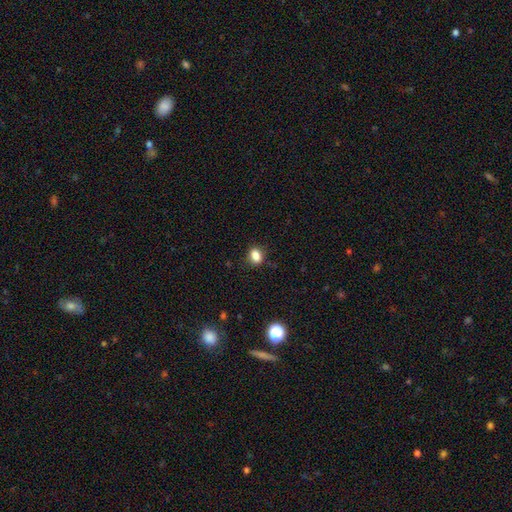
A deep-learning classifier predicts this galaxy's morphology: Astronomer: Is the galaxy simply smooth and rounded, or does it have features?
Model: smooth — 84%.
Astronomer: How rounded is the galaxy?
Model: in between — 63%.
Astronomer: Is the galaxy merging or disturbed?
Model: none — 83%.